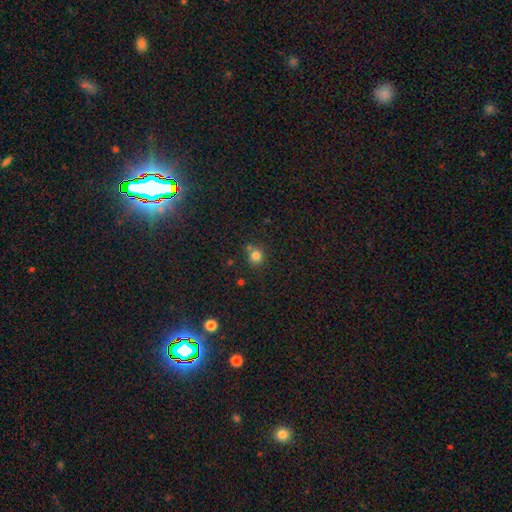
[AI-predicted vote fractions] The model was most divided on "merging": none: 71%, merger: 17%, minor disturbance: 10%, major disturbance: 3%. More confident: how rounded — round (89%); smooth or featured — smooth (81%).